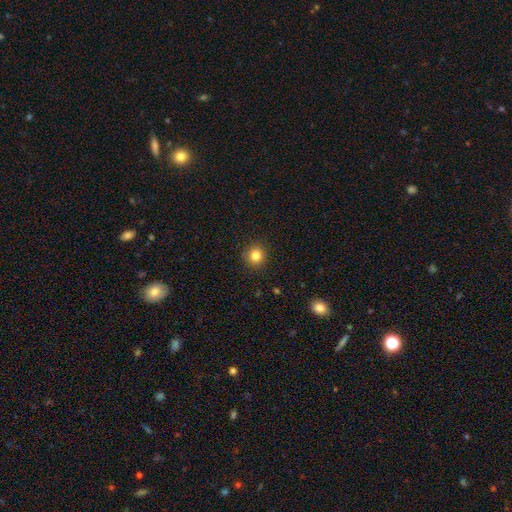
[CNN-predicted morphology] This appears to be a smooth galaxy with no disk features (83%) that is round (92%). Merging: none (91%).